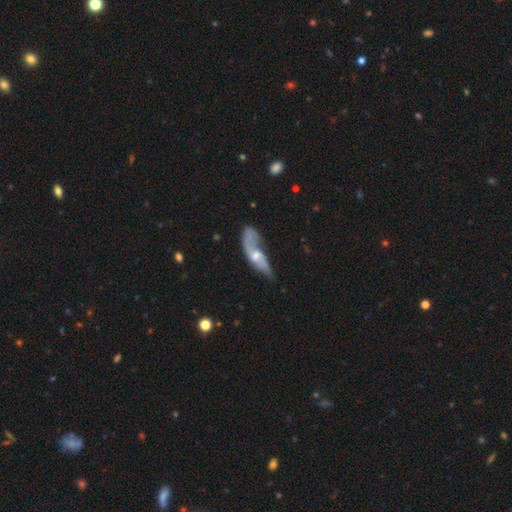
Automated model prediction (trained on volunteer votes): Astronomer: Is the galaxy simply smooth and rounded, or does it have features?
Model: featured or disk — 59% (runner-up: smooth, 35%).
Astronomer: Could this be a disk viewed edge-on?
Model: no — 75%.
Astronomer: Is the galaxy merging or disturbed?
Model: major disturbance — 31% (runner-up: none, 29%).